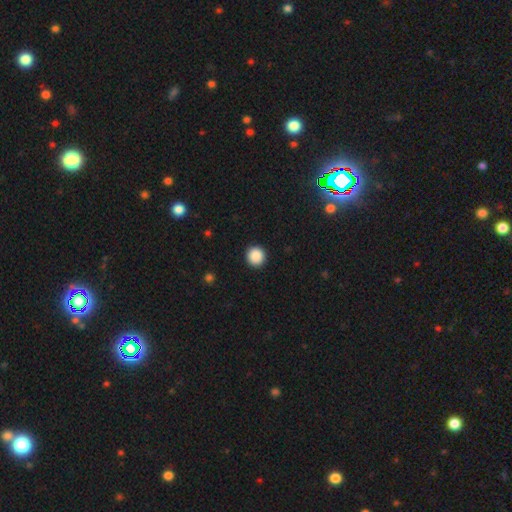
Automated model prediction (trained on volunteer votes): This is clearly a smooth galaxy (89%). How rounded: clearly round (96%). Merging: clearly none (93%).